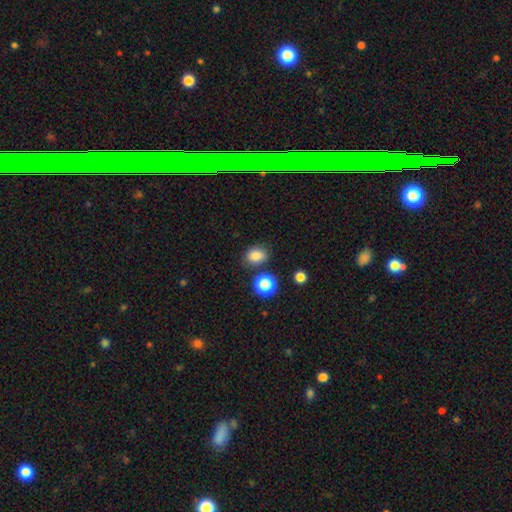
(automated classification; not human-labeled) Smooth or featured?
  - smooth: 82% *
  - star or artifact: 13%
  - featured or disk: 5%
How rounded?
  - in between: 56% *
  - round: 43%
  - cigar-shaped: 1%
Merging?
  - none: 77% *
  - minor disturbance: 13%
  - merger: 6%
  - major disturbance: 4%